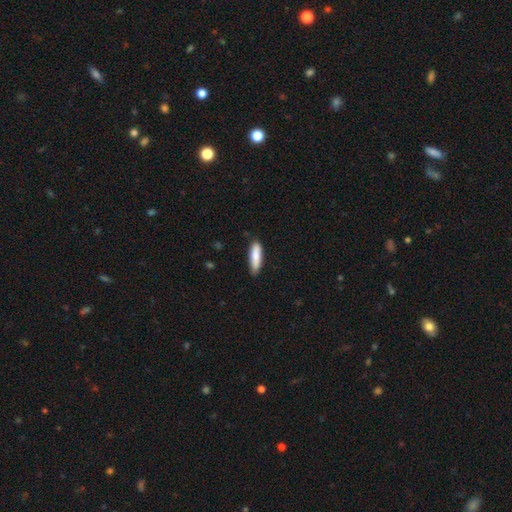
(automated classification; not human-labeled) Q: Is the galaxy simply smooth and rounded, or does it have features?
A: smooth — 82%.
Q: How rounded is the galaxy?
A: cigar-shaped — 64%.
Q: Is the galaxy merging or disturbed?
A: none — 80%.